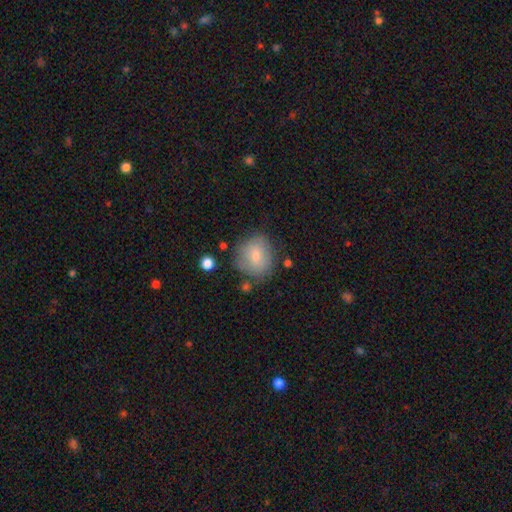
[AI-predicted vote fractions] A smooth galaxy with no disk features (73%) that is round (78%).

Vote fractions:
- Smooth or featured? smooth: 73% / featured or disk: 18% / star or artifact: 10%
- How rounded? round: 78% / in between: 21% / cigar-shaped: 1%
- Merging? none: 73% / minor disturbance: 18% / major disturbance: 5% / merger: 4%